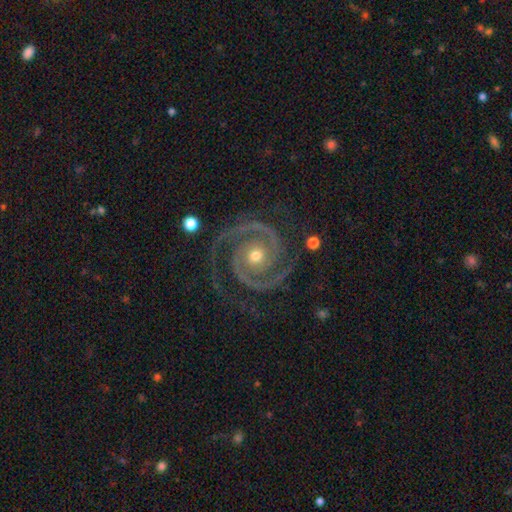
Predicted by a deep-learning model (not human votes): A featured or disk galaxy (94%) with no bar (75%), 2 (91%) tight (62%) spiral arms (99%) and a moderate central bulge (60%). Merging: none (82%).